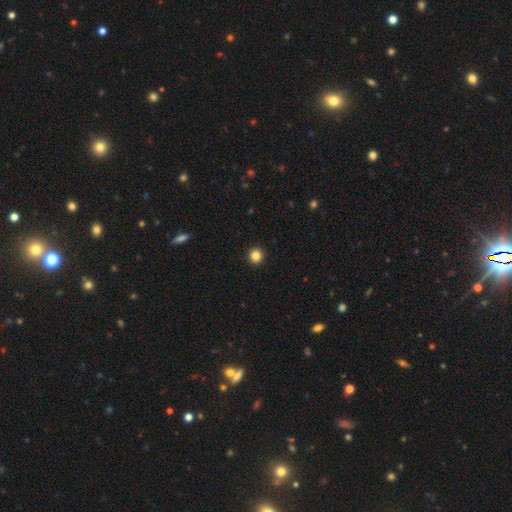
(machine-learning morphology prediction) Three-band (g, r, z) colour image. It shows a smooth galaxy with no disk features (85%) that is round (94%). Merging: none (94%).